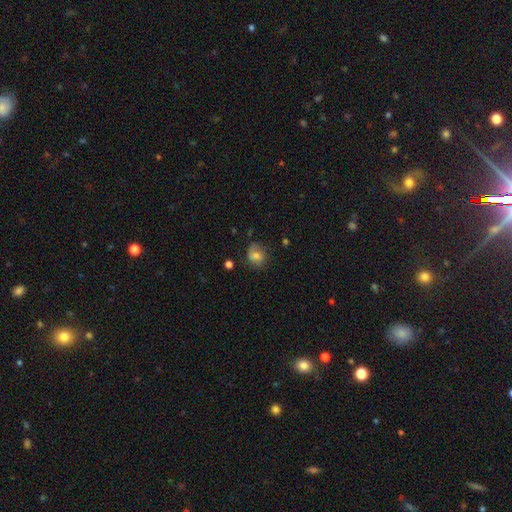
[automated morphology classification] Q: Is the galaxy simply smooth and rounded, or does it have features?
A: smooth — 67%.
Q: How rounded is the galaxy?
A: round — 70%.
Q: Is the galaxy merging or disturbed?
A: none — 65%.